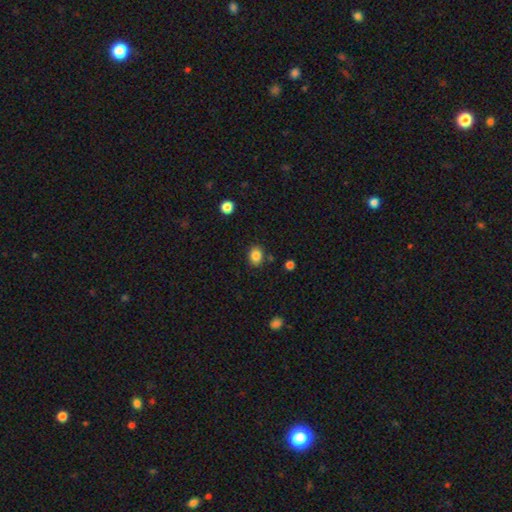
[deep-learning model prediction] Overall: smooth (86%). How rounded: round (51%; in between 48%). Merging: none (83%).